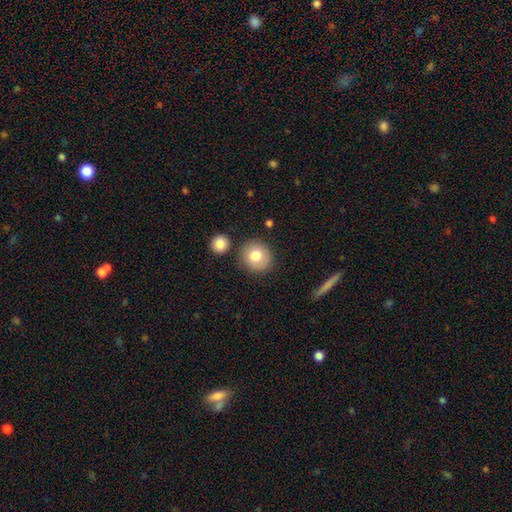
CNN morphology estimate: Smooth or featured: smooth — 79% (featured or disk — 13%)
How rounded: round — 89% (in between — 10%)
Merging: none — 81% (minor disturbance — 10%)